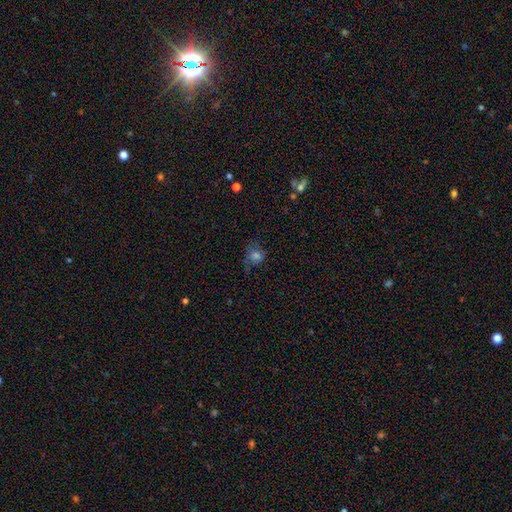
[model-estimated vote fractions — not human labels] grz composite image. It shows a smooth galaxy with no disk features (70%) that is round (74%). Merging: none (53%).